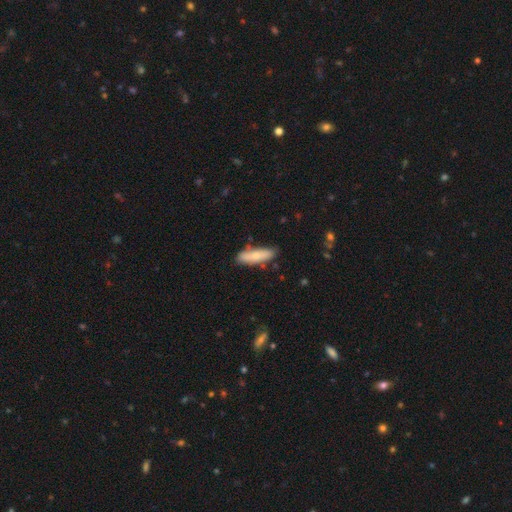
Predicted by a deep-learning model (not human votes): The model was most divided on "how rounded": cigar-shaped: 55%, in between: 43%, round: 2%. More confident: smooth or featured — smooth (74%); merging — none (74%).